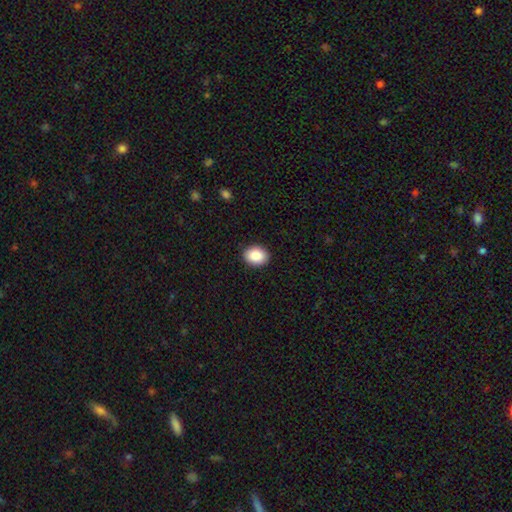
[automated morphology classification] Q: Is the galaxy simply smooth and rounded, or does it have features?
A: smooth — 88%.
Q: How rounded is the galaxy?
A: in between — 62%.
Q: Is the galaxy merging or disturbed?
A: none — 90%.